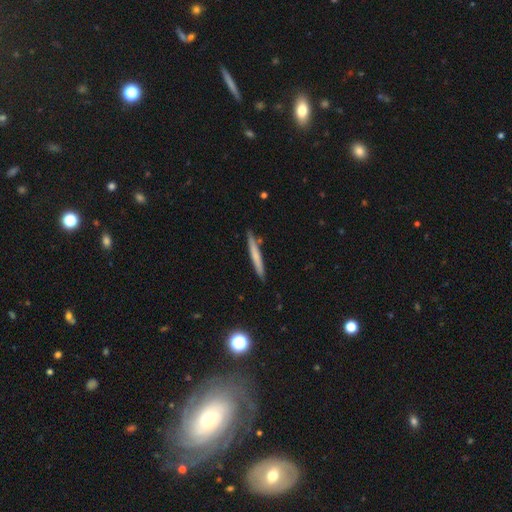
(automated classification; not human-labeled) A smooth galaxy with no disk features (62%) that is cigar-shaped (96%). Merging: none (87%).